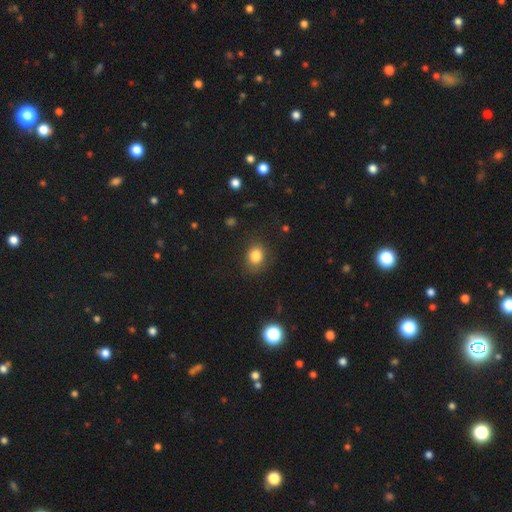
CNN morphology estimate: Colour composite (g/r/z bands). It shows a smooth galaxy with no disk features (82%) that is round (54%). Merging: none (78%).